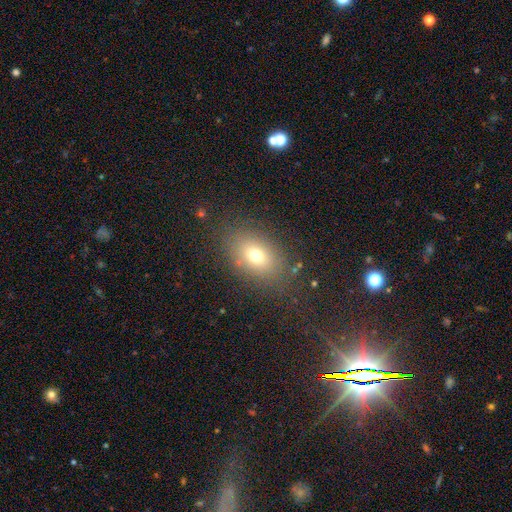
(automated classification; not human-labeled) Morphology: type=smooth (70%); roundness=in between (74%); merging=none (80%).